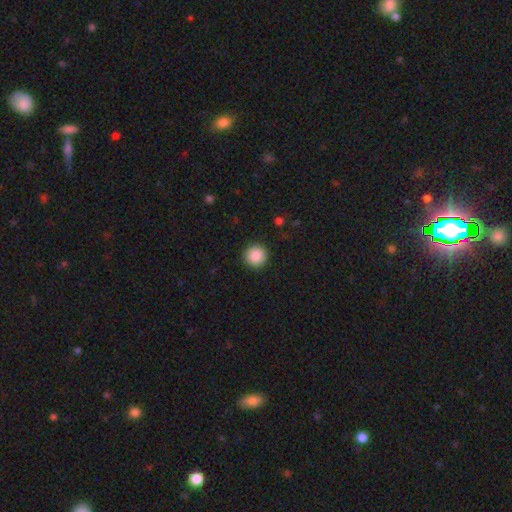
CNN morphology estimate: smooth 89%, star or artifact 8%, featured or disk 3%. Down the decision tree: how rounded — round (96%); merging — none (92%).